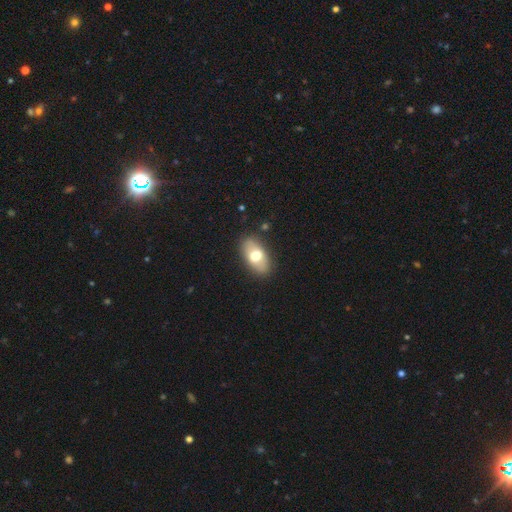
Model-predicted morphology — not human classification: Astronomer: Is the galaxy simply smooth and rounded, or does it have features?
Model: smooth — 65%.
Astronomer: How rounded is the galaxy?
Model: in between — 90%.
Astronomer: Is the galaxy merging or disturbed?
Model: none — 86%.